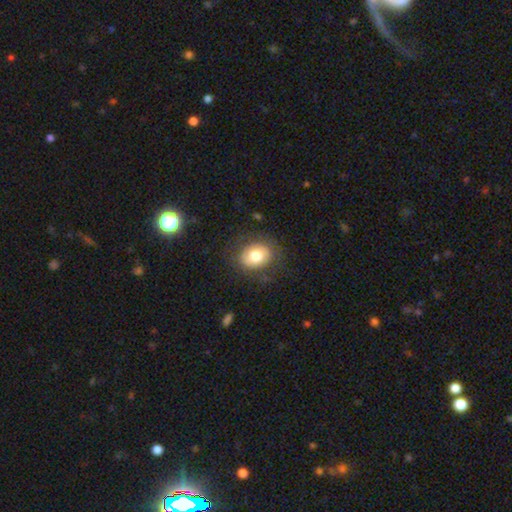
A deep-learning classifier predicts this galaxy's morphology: type=smooth (73%); roundness=round (50%); merging=none (79%).